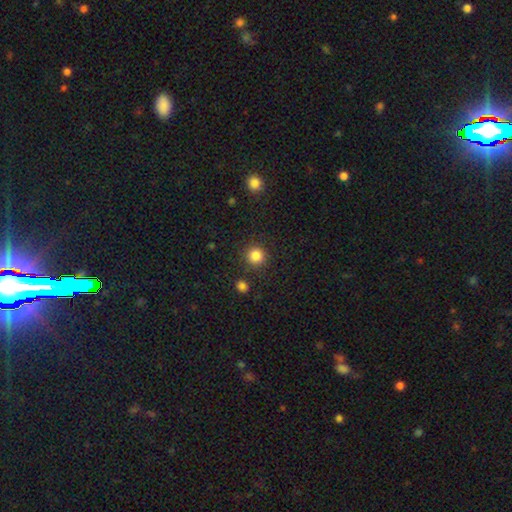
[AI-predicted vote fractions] This appears to be a smooth galaxy with no disk features (84%) that is round (93%). Merging: none (88%).